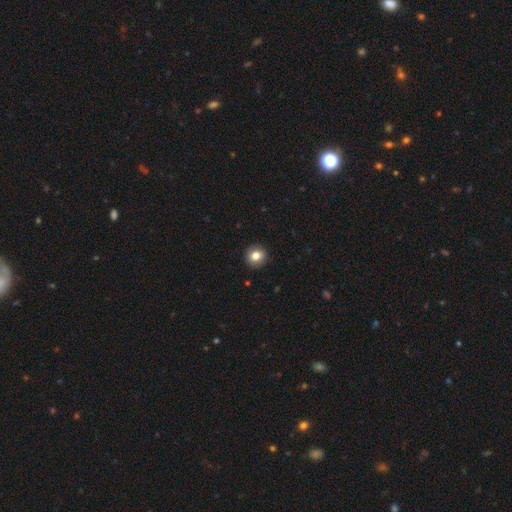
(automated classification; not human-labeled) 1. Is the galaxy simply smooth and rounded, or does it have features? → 81% smooth, 10% star or artifact, 9% featured or disk.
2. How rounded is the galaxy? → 87% round, 12% in between, 1% cigar-shaped.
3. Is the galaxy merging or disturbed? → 91% none, 6% minor disturbance, 2% major disturbance, 1% merger.